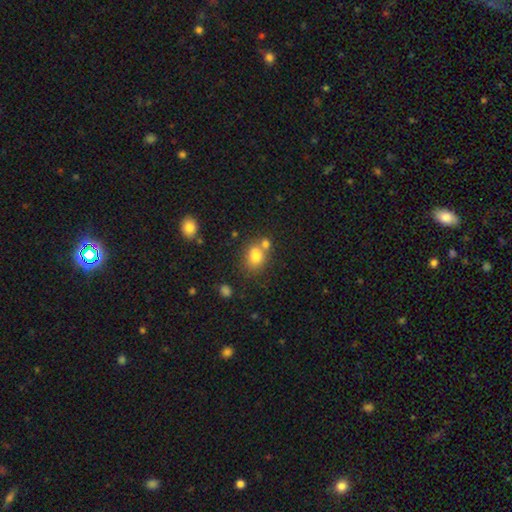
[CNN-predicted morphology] Q: Smooth or featured?
A: smooth (79%); runner-up: star or artifact (11%)
Q: How rounded?
A: in between (52%); runner-up: round (47%)
Q: Merging?
A: none (49%); runner-up: merger (34%)